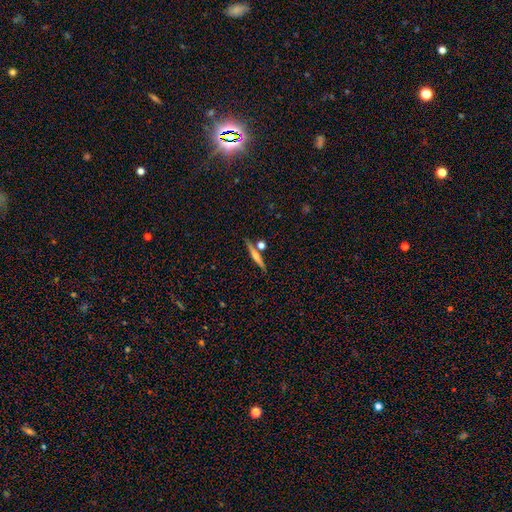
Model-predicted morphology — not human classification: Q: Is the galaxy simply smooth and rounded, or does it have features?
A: featured or disk — 57%.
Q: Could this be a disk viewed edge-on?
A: yes — 96%.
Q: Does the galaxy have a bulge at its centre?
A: rounded — 76%.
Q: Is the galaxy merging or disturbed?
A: none — 79%.